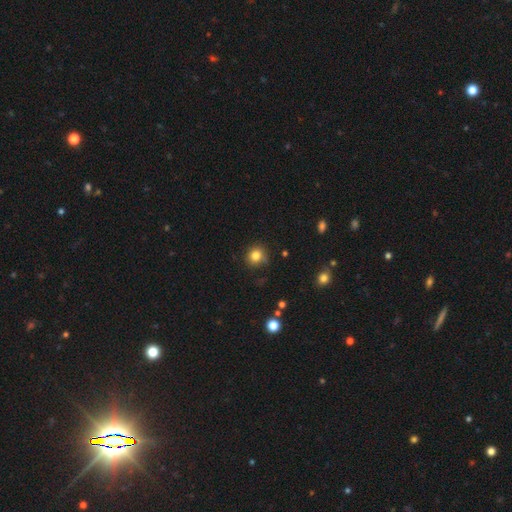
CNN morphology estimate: This is clearly a smooth galaxy (82%). How rounded: clearly round (89%). Merging: clearly none (81%).